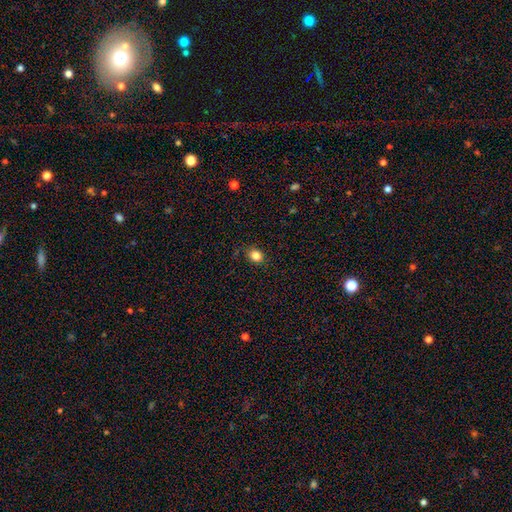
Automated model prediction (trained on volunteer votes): smooth-or-featured: smooth: 84% | star or artifact: 11% | featured or disk: 5%
  how-rounded: round: 57% | in between: 43% | cigar-shaped: 1%
  merging: none: 85% | minor disturbance: 11% | major disturbance: 3% | merger: 1%